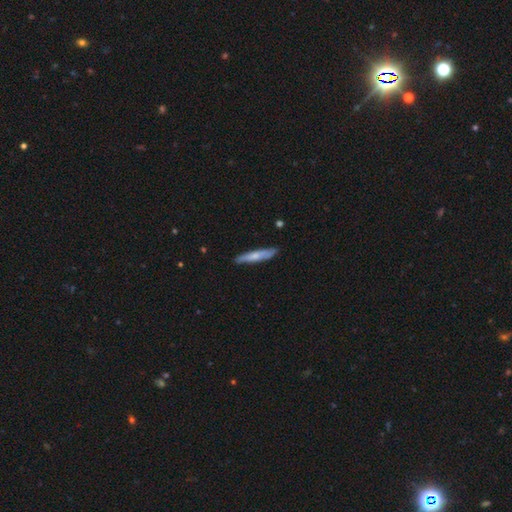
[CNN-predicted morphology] A smooth galaxy with no disk features (60%) that is cigar-shaped (91%).

Vote fractions:
- Smooth or featured? smooth: 60% / featured or disk: 35% / star or artifact: 5%
- How rounded? cigar-shaped: 91% / in between: 8% / round: 1%
- Merging? none: 84% / minor disturbance: 13% / major disturbance: 2% / merger: 1%